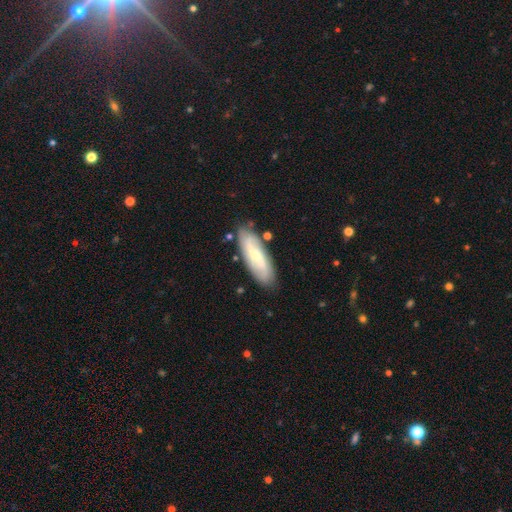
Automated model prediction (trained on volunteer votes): This appears to be a featured or disk galaxy (61%) with a weak bar (43%), spiral arms (86%) and a small central bulge (65%). Merging: none (83%).